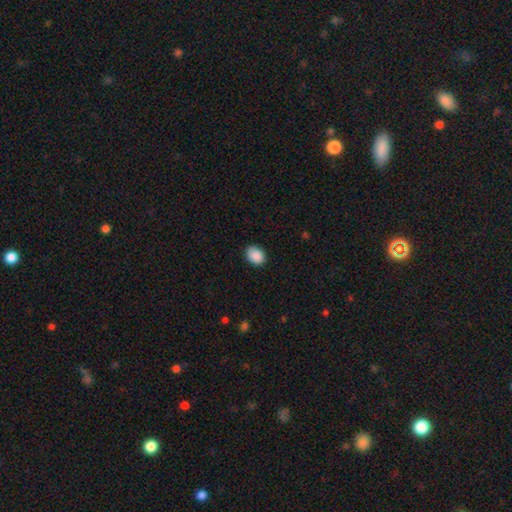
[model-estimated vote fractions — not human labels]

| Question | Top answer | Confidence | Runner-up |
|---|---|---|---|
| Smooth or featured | smooth | 90% | star or artifact (7%) |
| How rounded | in between | 69% | round (30%) |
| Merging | none | 86% | minor disturbance (11%) |